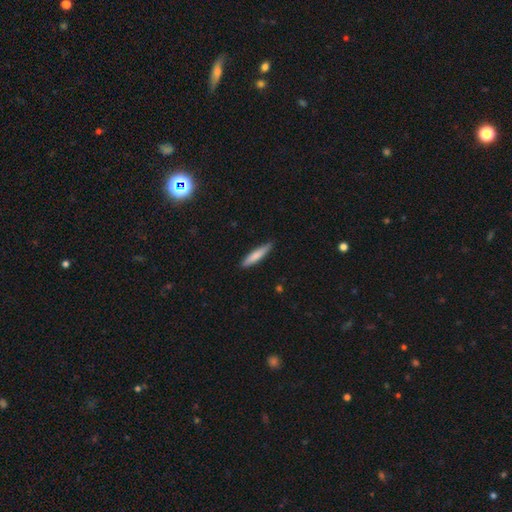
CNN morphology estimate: Overall: smooth (77%). How rounded: cigar-shaped (87%). Merging: none (86%).